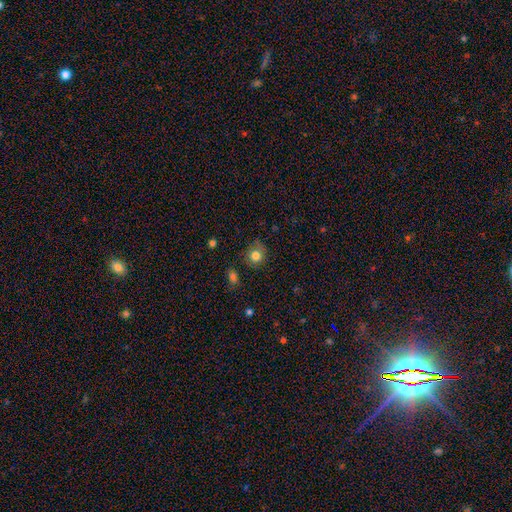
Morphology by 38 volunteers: Smooth or featured?
  - smooth: 82% *
  - featured or disk: 11%
  - star or artifact: 8%
How rounded?
  - round: 81% *
  - in between: 16%
  - cigar-shaped: 3%
Merging?
  - none: 69% *
  - minor disturbance: 20%
  - major disturbance: 11%
  - merger: 0%